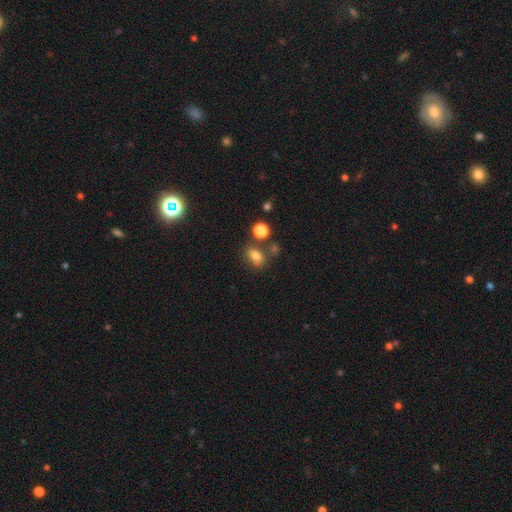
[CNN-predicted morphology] Smooth or featured: smooth — 77% (star or artifact — 14%)
How rounded: in between — 73% (round — 24%)
Merging: none — 64% (minor disturbance — 16%)